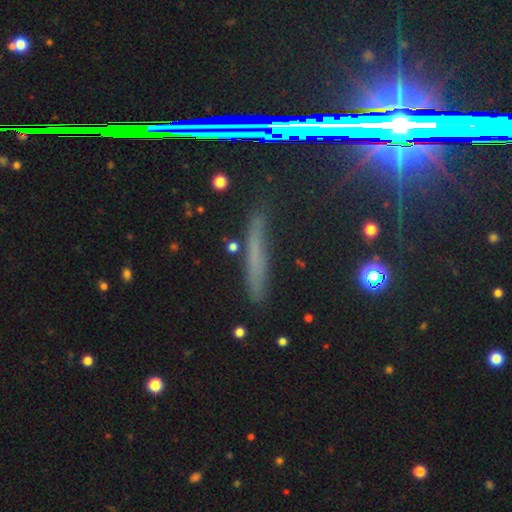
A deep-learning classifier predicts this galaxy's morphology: star or artifact 40%, featured or disk 33%, smooth 27%.